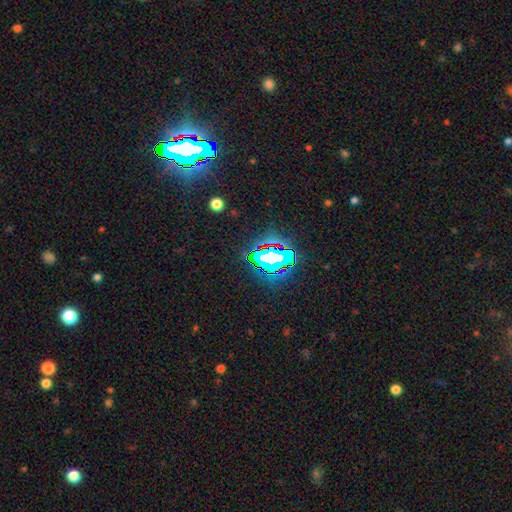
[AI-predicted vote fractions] Morphology: type=star or artifact (84%).